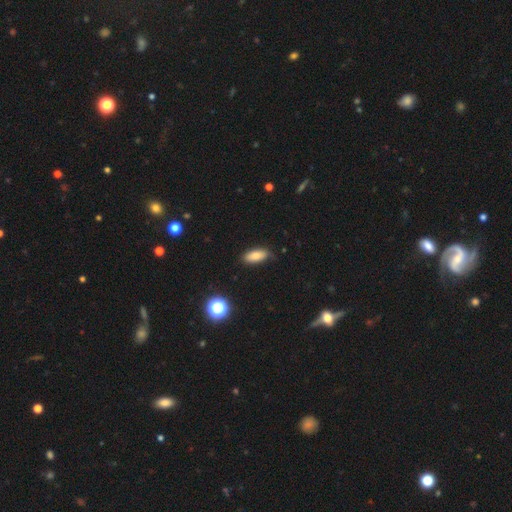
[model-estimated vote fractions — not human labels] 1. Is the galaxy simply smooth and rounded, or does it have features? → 80% smooth, 11% featured or disk, 9% star or artifact.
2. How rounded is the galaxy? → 83% in between, 14% cigar-shaped, 3% round.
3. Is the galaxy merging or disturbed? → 77% none, 18% minor disturbance, 3% major disturbance, 2% merger.